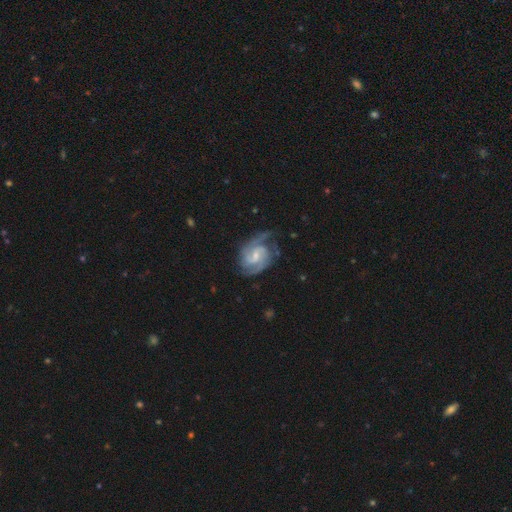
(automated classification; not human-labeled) Overall: featured or disk (88%). Edge-on disk: no (98%). Bar: weak (59%; no 24%). Spiral arms: yes (98%). Spiral arm count: 2 (73%). Spiral winding: medium (49%; tight 39%). Bulge size: small (53%; moderate 35%). Merging: none (65%).